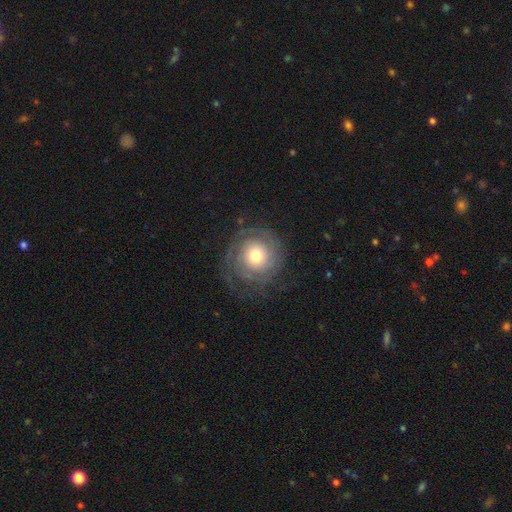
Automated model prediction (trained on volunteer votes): A featured or disk galaxy (70%) with no bar (82%), tight (70%) spiral arms (89%) and a moderate central bulge (61%).

Vote fractions:
- Smooth or featured? featured or disk: 70% / smooth: 22% / star or artifact: 7%
- Edge-on disk? no: 97% / yes: 3%
- Bar? no: 82% / weak: 15% / strong: 3%
- Spiral arms? yes: 89% / no: 11%
- Spiral winding? tight: 70% / medium: 22% / loose: 8%
- Spiral arm count? can't tell: 35% / 2: 32% / 3: 13% / 1: 8% / 4: 6% / more than 4: 5%
- Bulge size? moderate: 61% / large: 23% / small: 12% / dominant: 3% / none: 1%
- Merging? none: 74% / minor disturbance: 15% / major disturbance: 11% / merger: 1%